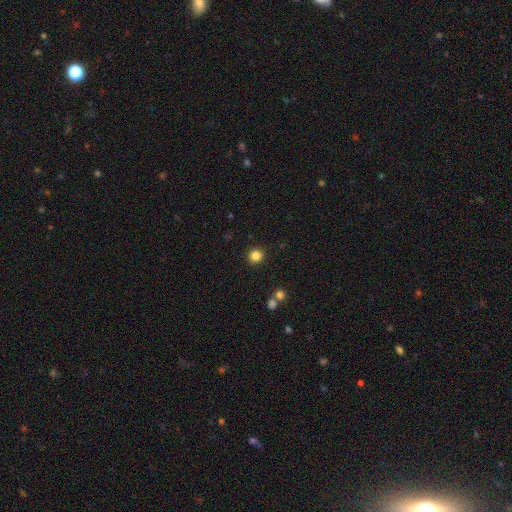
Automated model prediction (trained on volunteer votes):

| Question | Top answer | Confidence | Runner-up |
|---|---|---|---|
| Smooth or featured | smooth | 84% | star or artifact (12%) |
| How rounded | round | 94% | in between (5%) |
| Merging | none | 91% | minor disturbance (5%) |